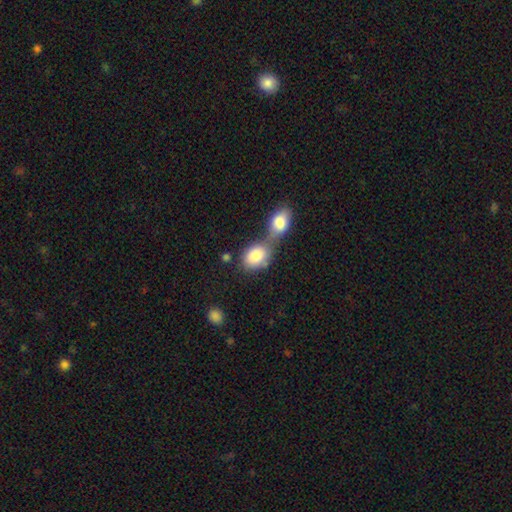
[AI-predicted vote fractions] smooth_or_featured: smooth (p=0.84) [alt: featured or disk p=0.09]
how_rounded: in between (p=0.76) [alt: round p=0.22]
merging: merger (p=0.62) [alt: none p=0.24]